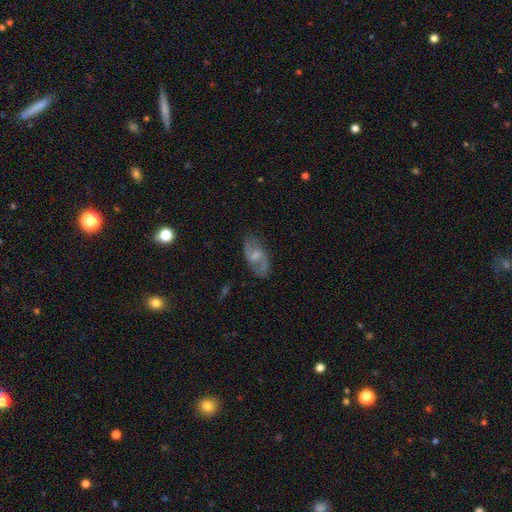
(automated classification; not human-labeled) Smooth or featured?
  - featured or disk: 75% *
  - smooth: 19%
  - star or artifact: 7%
Edge-on disk?
  - no: 96% *
  - yes: 4%
Bar?
  - weak: 58% *
  - no: 27%
  - strong: 15%
Spiral arms?
  - yes: 91% *
  - no: 9%
Spiral winding?
  - loose: 45% *
  - medium: 43%
  - tight: 12%
Spiral arm count?
  - 2: 89% *
  - can't tell: 6%
  - 1: 2%
  - 3: 1%
  - 4: 1%
  - more than 4: 1%
Bulge size?
  - small: 44% *
  - moderate: 35%
  - none: 16%
  - large: 3%
  - dominant: 1%
Merging?
  - none: 80% *
  - minor disturbance: 14%
  - major disturbance: 5%
  - merger: 1%